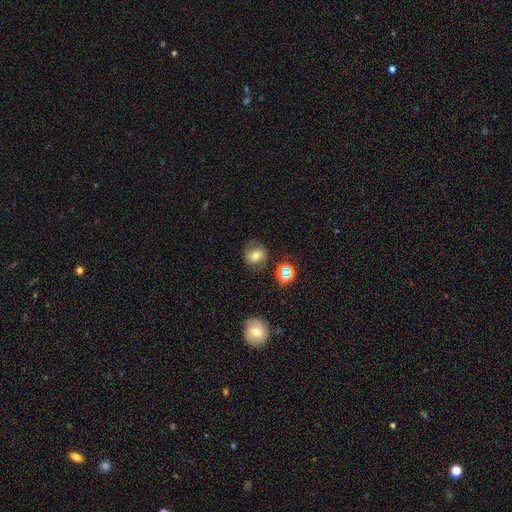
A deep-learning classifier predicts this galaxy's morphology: A smooth galaxy with no disk features (55%) that is round (74%).

Vote fractions:
- Smooth or featured? smooth: 55% / featured or disk: 29% / star or artifact: 16%
- How rounded? round: 74% / in between: 25% / cigar-shaped: 1%
- Merging? none: 71% / minor disturbance: 18% / major disturbance: 8% / merger: 4%